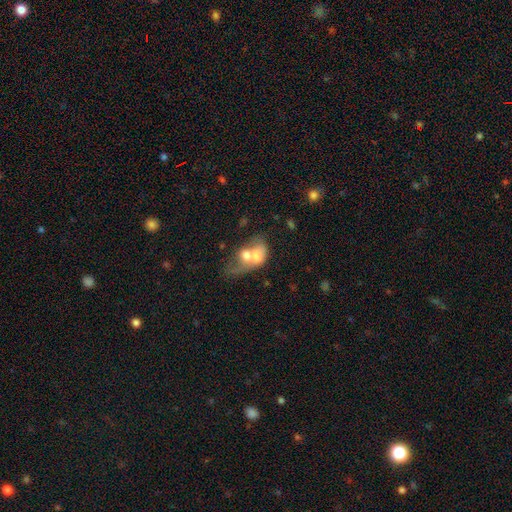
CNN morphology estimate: Smooth or featured?
  - smooth: 58% *
  - featured or disk: 34%
  - star or artifact: 8%
How rounded?
  - in between: 70% *
  - round: 28%
  - cigar-shaped: 2%
Merging?
  - merger: 73% *
  - major disturbance: 13%
  - none: 8%
  - minor disturbance: 6%